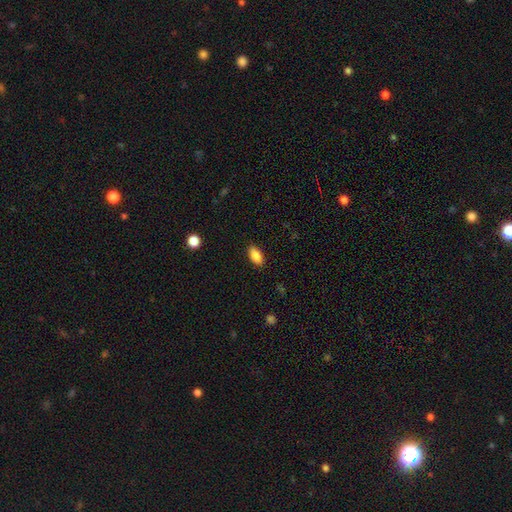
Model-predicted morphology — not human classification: A smooth galaxy with no disk features (88%) that is in between round and cigar-shaped (91%).

Vote fractions:
- Smooth or featured? smooth: 88% / star or artifact: 8% / featured or disk: 4%
- How rounded? in between: 91% / cigar-shaped: 5% / round: 3%
- Merging? none: 88% / minor disturbance: 9% / major disturbance: 2% / merger: 1%